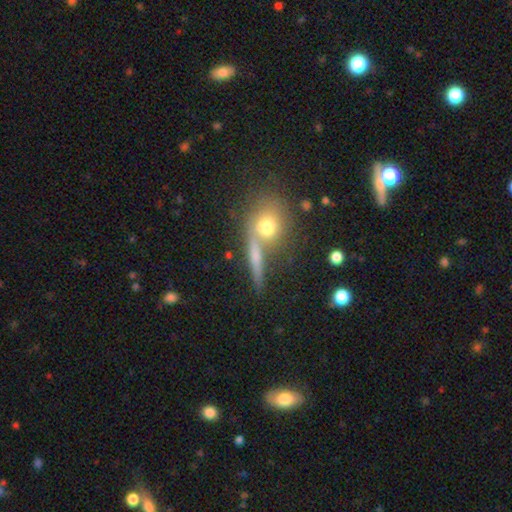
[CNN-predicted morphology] This appears to be a smooth galaxy with no disk features (56%) that is cigar-shaped (49%). Merging: none (60%).